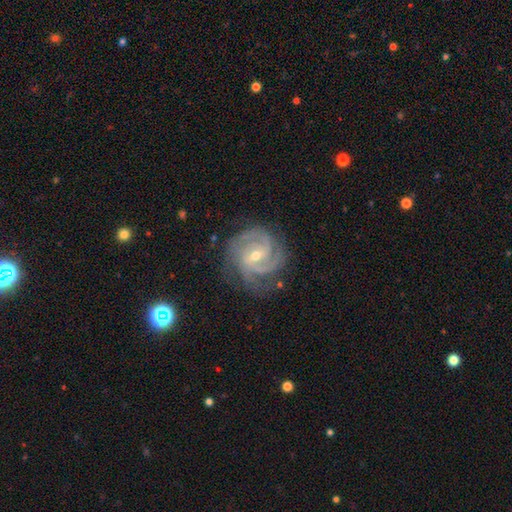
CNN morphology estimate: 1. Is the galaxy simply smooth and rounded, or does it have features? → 92% featured or disk, 5% star or artifact, 4% smooth.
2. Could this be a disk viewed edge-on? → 98% no, 2% yes.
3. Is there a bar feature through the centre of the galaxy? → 45% weak, 37% no, 17% strong.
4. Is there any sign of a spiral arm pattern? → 99% yes, 1% no.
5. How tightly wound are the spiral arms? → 63% tight, 33% medium, 4% loose.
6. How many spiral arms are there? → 52% 3, 17% 4, 13% 2, 9% can't tell, 5% more than 4, 5% 1.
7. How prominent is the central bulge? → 55% small, 42% moderate, 1% large, 1% none, 1% dominant.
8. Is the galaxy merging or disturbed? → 77% none, 16% minor disturbance, 5% major disturbance, 1% merger.